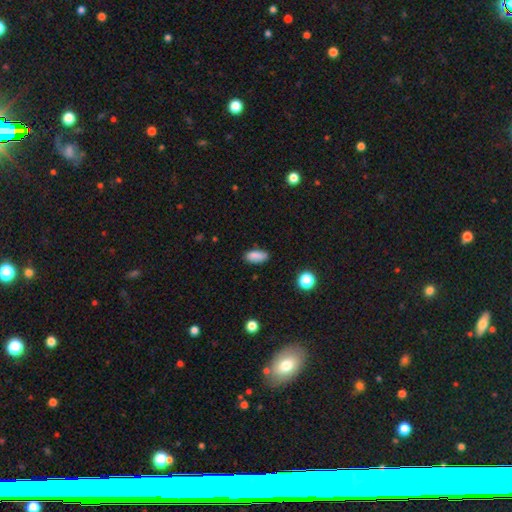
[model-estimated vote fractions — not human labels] Overall: smooth (87%). How rounded: in between (89%). Merging: none (84%).